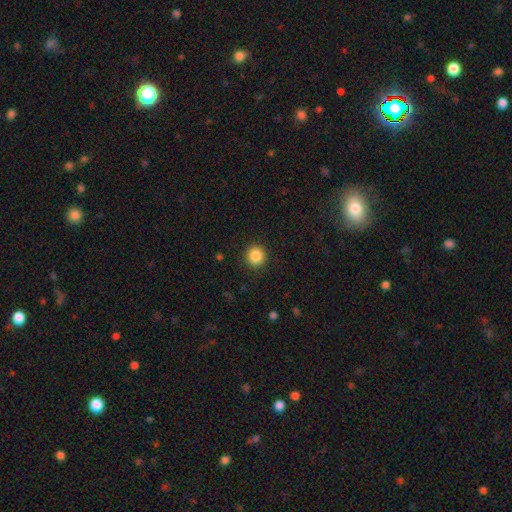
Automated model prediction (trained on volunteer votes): Overall: smooth (86%). How rounded: round (93%). Merging: none (92%).